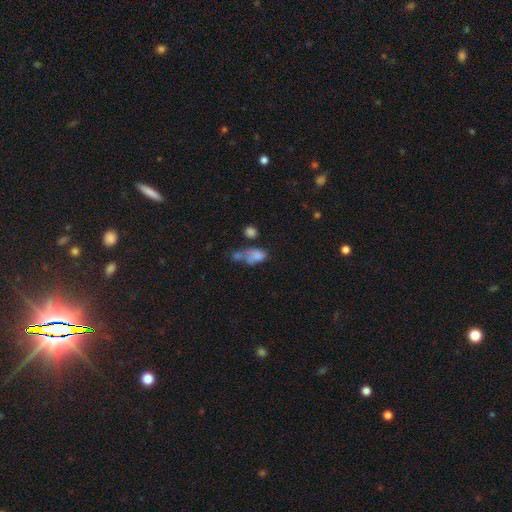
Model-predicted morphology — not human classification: Smooth or featured: smooth — 64% (featured or disk — 22%)
How rounded: in between — 81% (round — 15%)
Merging: merger — 42% (major disturbance — 23%)